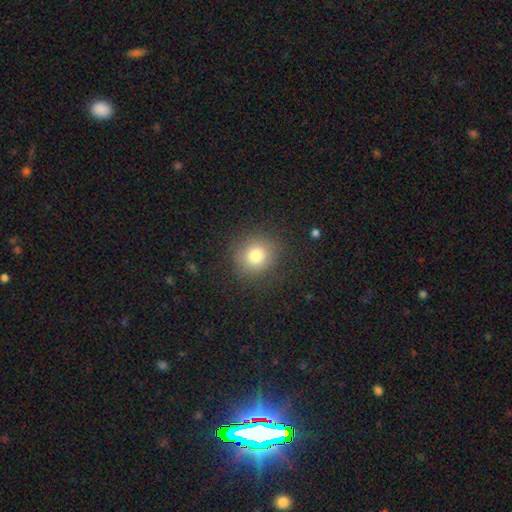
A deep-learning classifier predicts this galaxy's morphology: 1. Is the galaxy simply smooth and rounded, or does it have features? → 79% smooth, 12% star or artifact, 8% featured or disk.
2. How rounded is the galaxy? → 88% round, 11% in between, 1% cigar-shaped.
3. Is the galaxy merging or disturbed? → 86% none, 9% minor disturbance, 4% major disturbance, 1% merger.